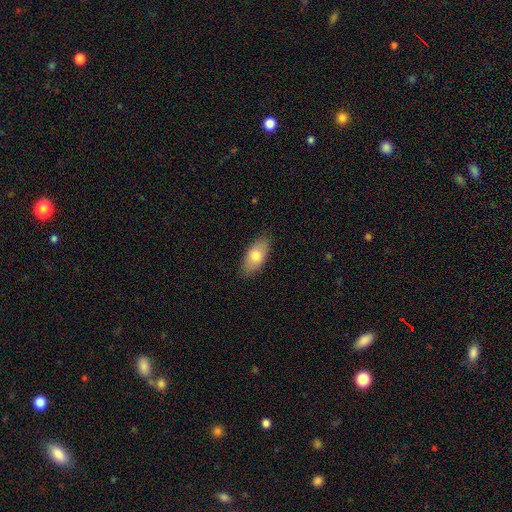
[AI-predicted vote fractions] Smooth or featured? Predicted: smooth (p=0.76). How rounded? Predicted: in between (p=0.89). Merging? Predicted: none (p=0.86).